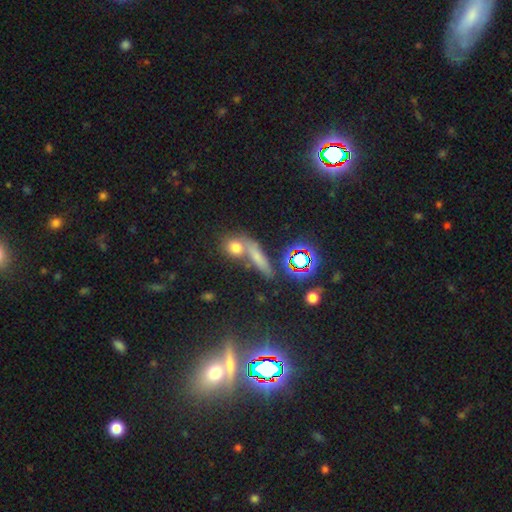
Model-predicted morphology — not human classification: smooth 53%, star or artifact 32%, featured or disk 15%. Down the decision tree: how rounded — round (37%); merging — none (54%).